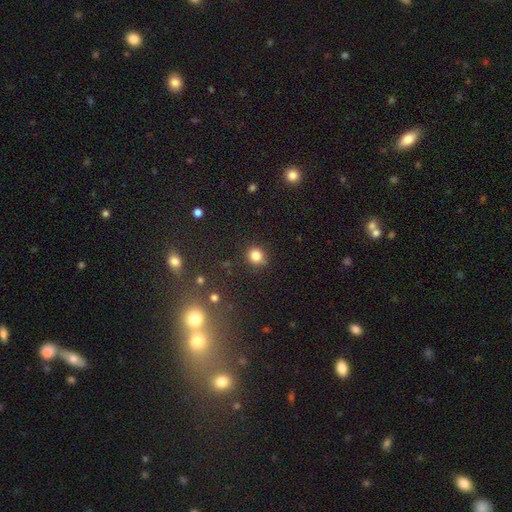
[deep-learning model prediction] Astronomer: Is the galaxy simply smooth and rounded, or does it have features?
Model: smooth — 83%.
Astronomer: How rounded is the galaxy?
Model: round — 81%.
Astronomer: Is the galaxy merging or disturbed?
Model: none — 85%.